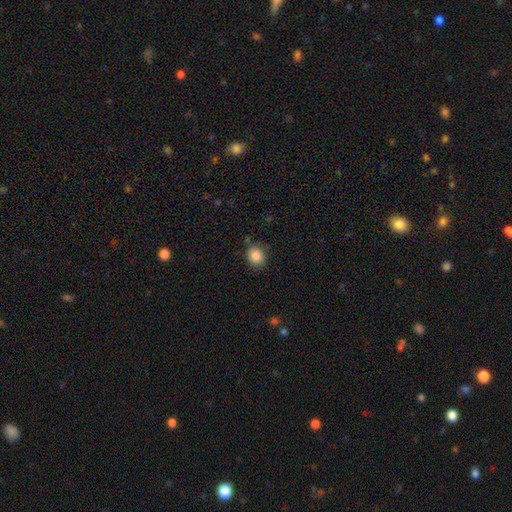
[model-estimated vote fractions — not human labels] Overall: smooth (86%). How rounded: round (64%; in between 35%). Merging: none (79%).